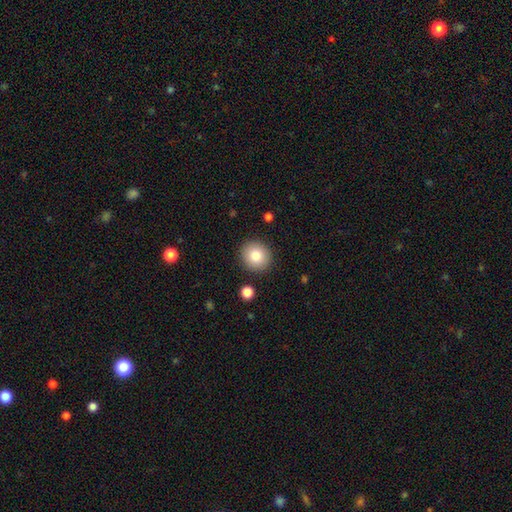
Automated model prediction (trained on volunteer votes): Smooth or featured? Predicted: smooth (p=0.81). How rounded? Predicted: round (p=0.91). Merging? Predicted: none (p=0.90).